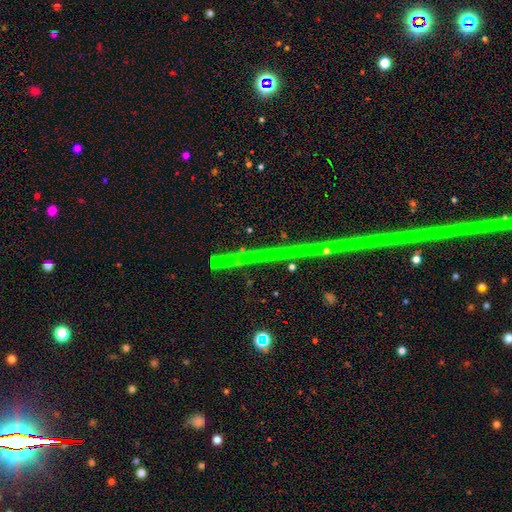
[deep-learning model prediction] Smooth or featured: star or artifact — 74% (featured or disk — 17%)